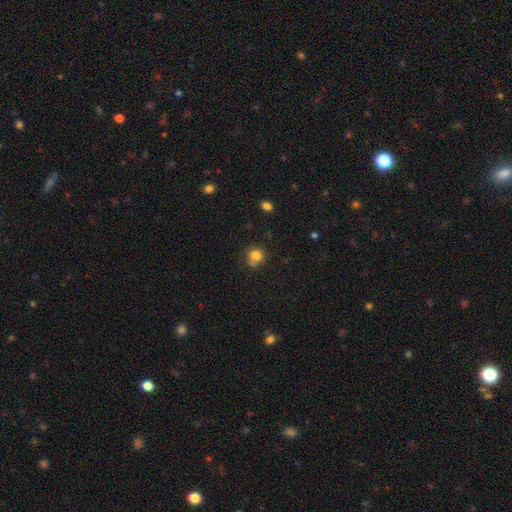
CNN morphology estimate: Smooth or featured? Predicted: smooth (p=0.79). How rounded? Predicted: round (p=0.82). Merging? Predicted: none (p=0.60).